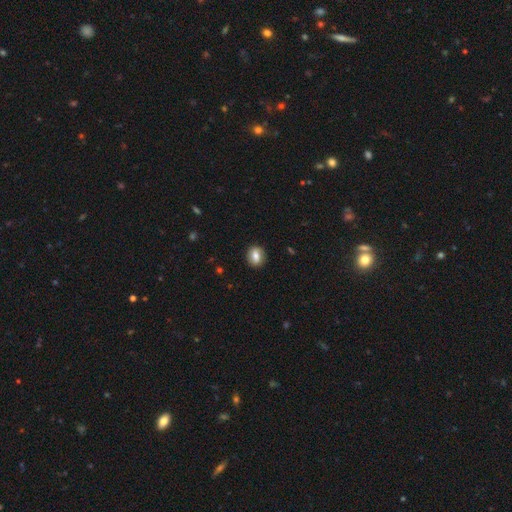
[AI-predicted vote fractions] A smooth galaxy with no disk features (72%) that is round (53%).

Vote fractions:
- Smooth or featured? smooth: 72% / featured or disk: 19% / star or artifact: 8%
- How rounded? round: 53% / in between: 45% / cigar-shaped: 2%
- Merging? none: 88% / minor disturbance: 9% / major disturbance: 2% / merger: 1%